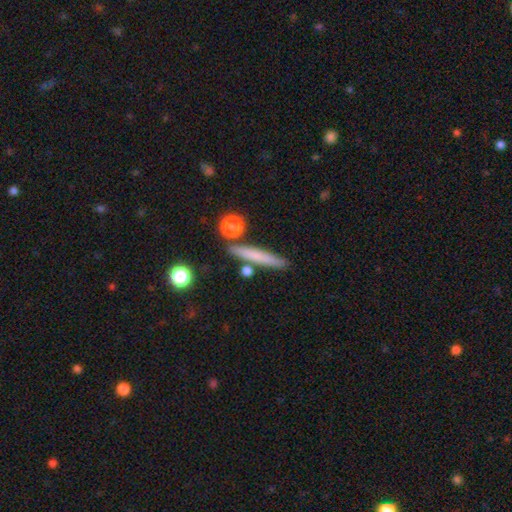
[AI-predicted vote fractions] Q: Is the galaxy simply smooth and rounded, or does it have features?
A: smooth — 67%.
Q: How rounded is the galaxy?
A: cigar-shaped — 92%.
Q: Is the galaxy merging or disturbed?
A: none — 82%.